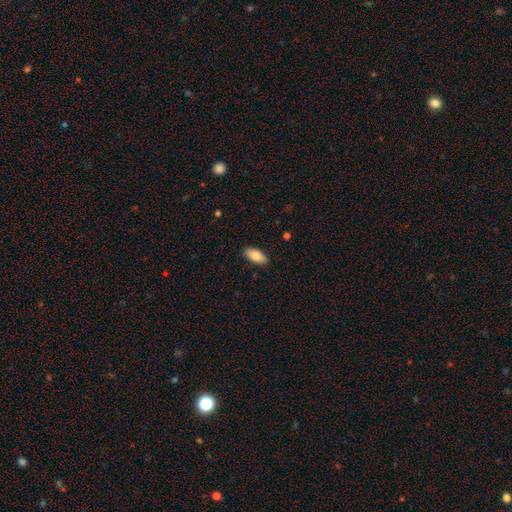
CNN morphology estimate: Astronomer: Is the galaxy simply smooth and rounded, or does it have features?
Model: smooth — 84%.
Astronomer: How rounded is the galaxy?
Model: in between — 88%.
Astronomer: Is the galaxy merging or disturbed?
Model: none — 88%.